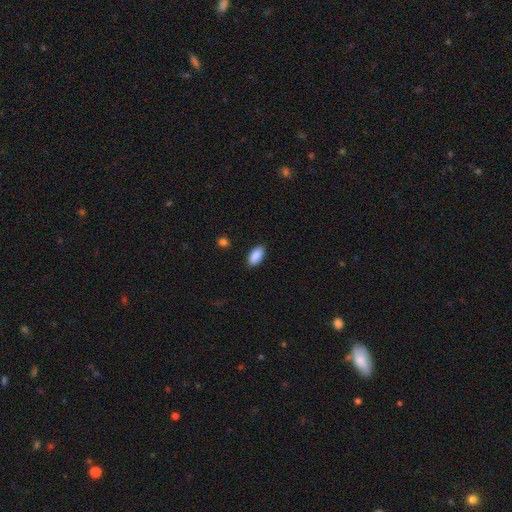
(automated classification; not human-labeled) Smooth or featured?
  - smooth: 89% *
  - star or artifact: 7%
  - featured or disk: 4%
How rounded?
  - in between: 94% *
  - cigar-shaped: 4%
  - round: 3%
Merging?
  - none: 88% *
  - minor disturbance: 9%
  - major disturbance: 2%
  - merger: 1%